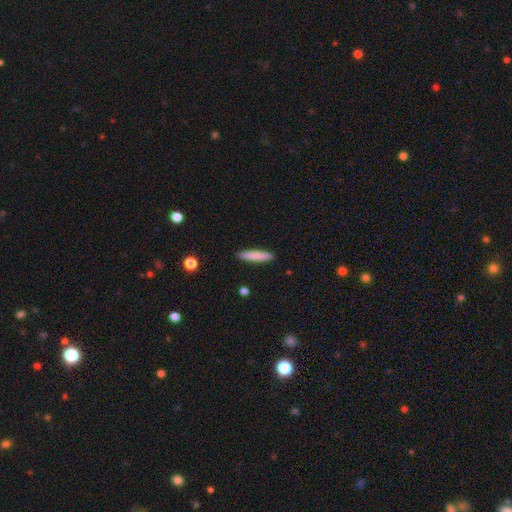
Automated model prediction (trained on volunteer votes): smooth_or_featured: smooth (p=0.82) [alt: featured or disk p=0.12]
how_rounded: cigar-shaped (p=0.89) [alt: in between p=0.10]
merging: none (p=0.91) [alt: minor disturbance p=0.07]